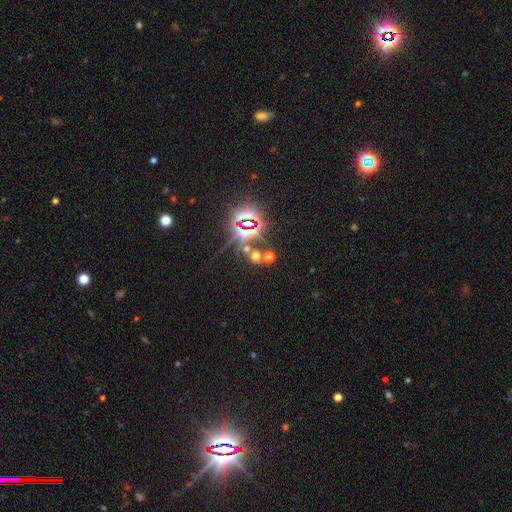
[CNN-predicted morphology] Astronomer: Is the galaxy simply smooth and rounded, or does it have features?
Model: star or artifact — 55% (runner-up: smooth, 34%).